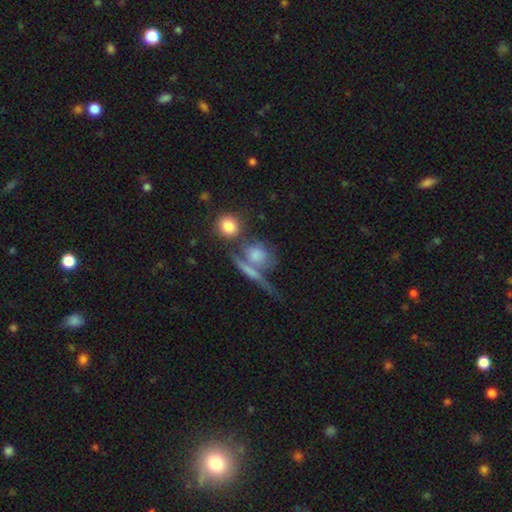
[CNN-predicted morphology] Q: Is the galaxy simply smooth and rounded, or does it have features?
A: smooth — 58%.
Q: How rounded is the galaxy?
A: round — 58%.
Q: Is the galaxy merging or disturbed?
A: none — 49%.